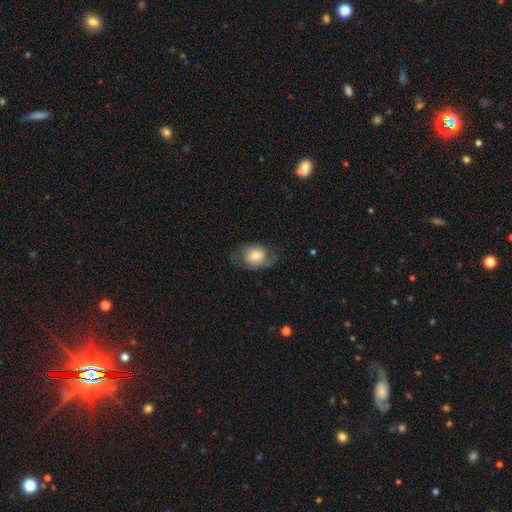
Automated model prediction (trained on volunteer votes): Smooth or featured? Predicted: smooth (p=0.71). How rounded? Predicted: in between (p=0.61). Merging? Predicted: none (p=0.61).